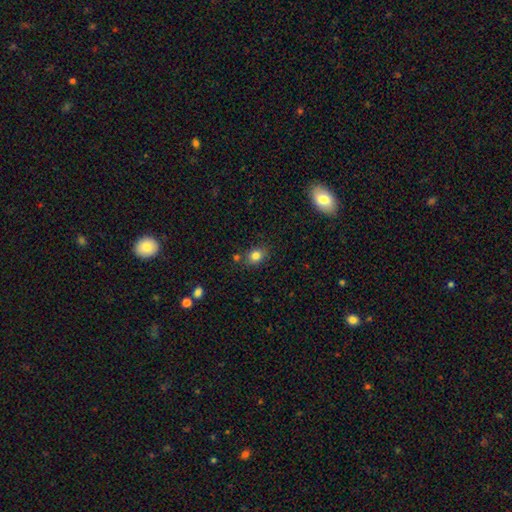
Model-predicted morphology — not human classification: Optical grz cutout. It shows a smooth galaxy with no disk features (82%) that is in between round and cigar-shaped (57%). Merging: none (77%).